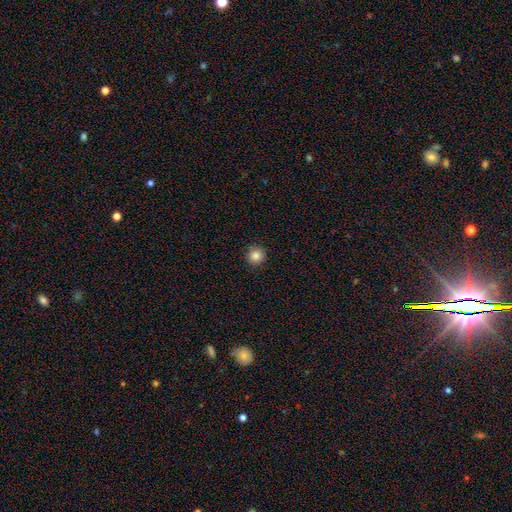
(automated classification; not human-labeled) smooth_or_featured: smooth (p=0.84) [alt: star or artifact p=0.11]
how_rounded: round (p=0.95) [alt: in between p=0.04]
merging: none (p=0.92) [alt: minor disturbance p=0.05]